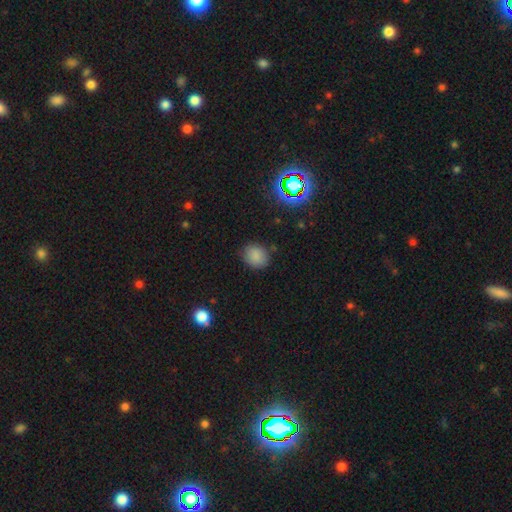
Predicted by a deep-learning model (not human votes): The model was most divided on "how rounded": round: 70%, in between: 29%, cigar-shaped: 1%. More confident: merging — none (82%); smooth or featured — smooth (82%).